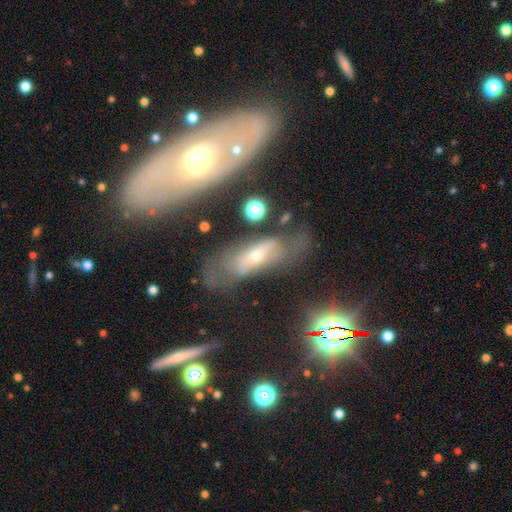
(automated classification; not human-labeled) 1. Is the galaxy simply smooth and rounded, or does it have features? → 63% featured or disk, 24% smooth, 13% star or artifact.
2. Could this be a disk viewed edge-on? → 80% no, 20% yes.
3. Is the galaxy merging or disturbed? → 59% none, 22% minor disturbance, 14% major disturbance, 5% merger.